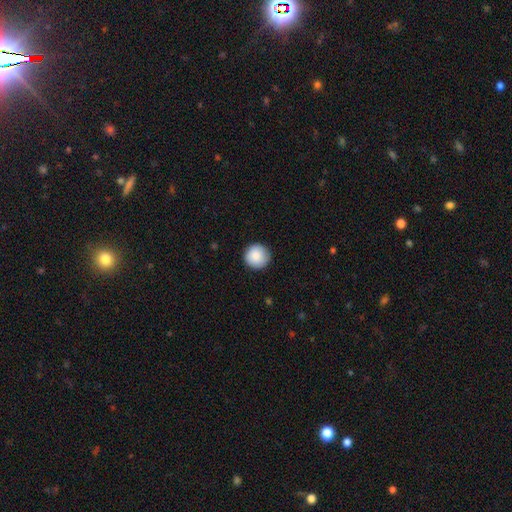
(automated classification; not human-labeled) smooth 88%, star or artifact 7%, featured or disk 5%. Down the decision tree: how rounded — round (96%); merging — none (91%).